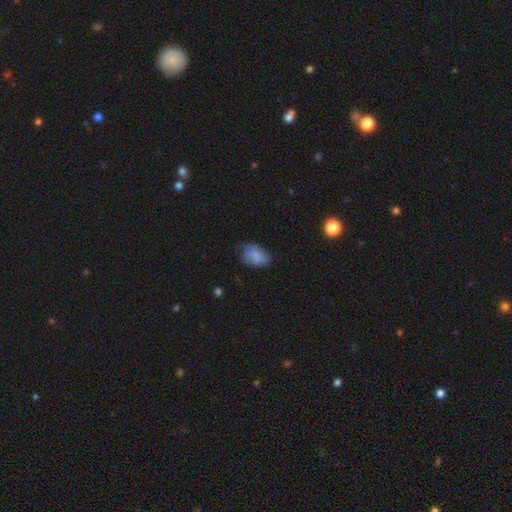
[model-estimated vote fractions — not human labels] The model was most divided on "merging": none: 61%, minor disturbance: 30%, major disturbance: 8%, merger: 2%. More confident: how rounded — in between (82%); smooth or featured — smooth (80%).